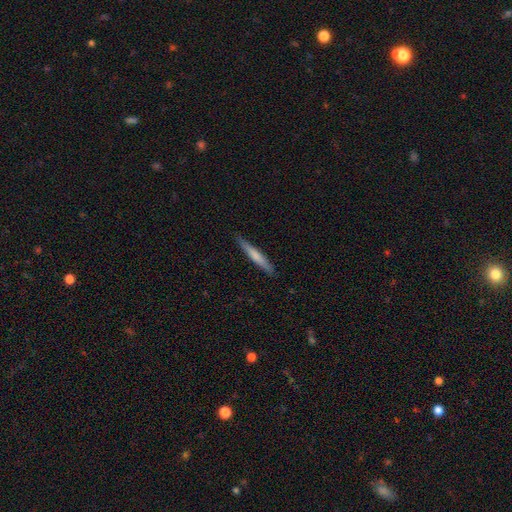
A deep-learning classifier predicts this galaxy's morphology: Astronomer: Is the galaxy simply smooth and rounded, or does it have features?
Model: smooth — 62%.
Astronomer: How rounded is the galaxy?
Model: cigar-shaped — 95%.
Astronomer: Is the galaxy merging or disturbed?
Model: none — 89%.